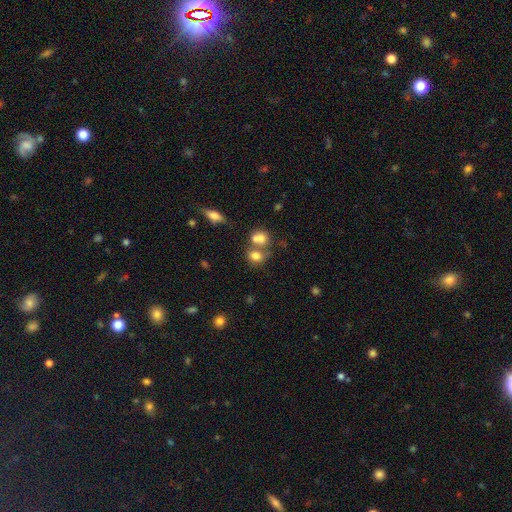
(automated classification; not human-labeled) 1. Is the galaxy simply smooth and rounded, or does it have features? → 75% smooth, 12% star or artifact, 12% featured or disk.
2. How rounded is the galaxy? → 52% round, 47% in between, 1% cigar-shaped.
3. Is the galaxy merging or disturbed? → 46% merger, 38% none, 10% minor disturbance, 5% major disturbance.